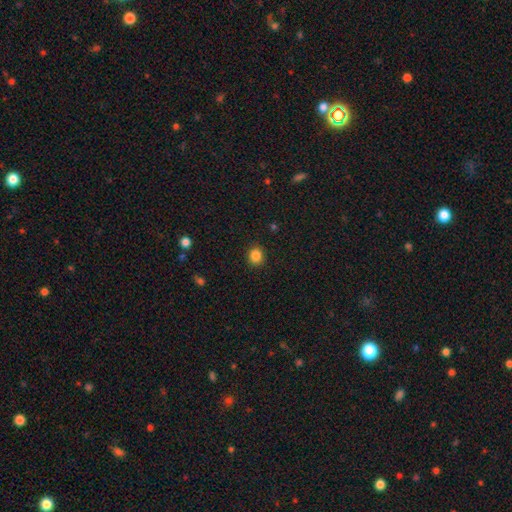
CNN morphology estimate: type=smooth (85%); roundness=round (80%); merging=none (91%).